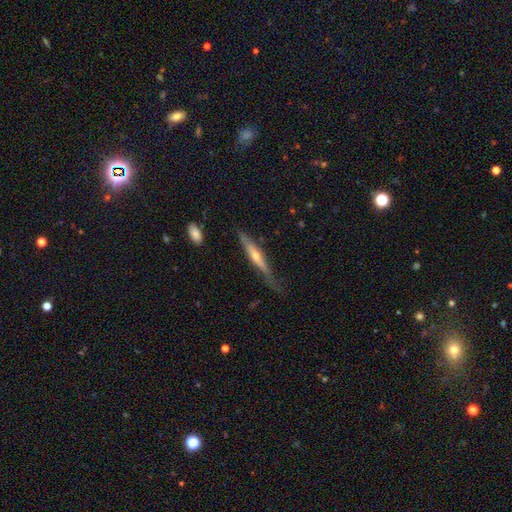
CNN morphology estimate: Smooth or featured? featured or disk (68%)
Edge-on disk? yes (94%)
Edge-on bulge? rounded (82%)
Merging? none (69%)